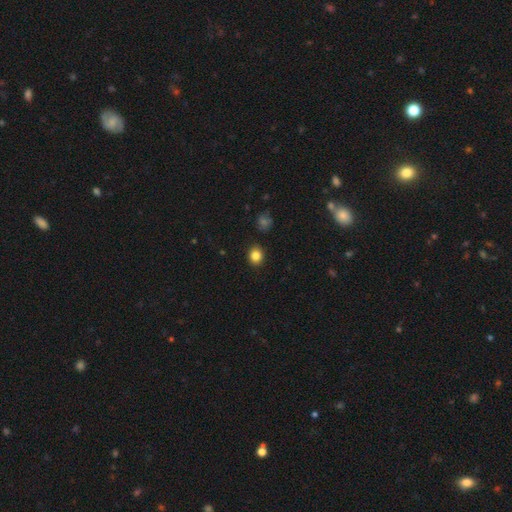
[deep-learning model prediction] smooth 84%, star or artifact 11%, featured or disk 5%. Down the decision tree: how rounded — round (72%); merging — none (90%).